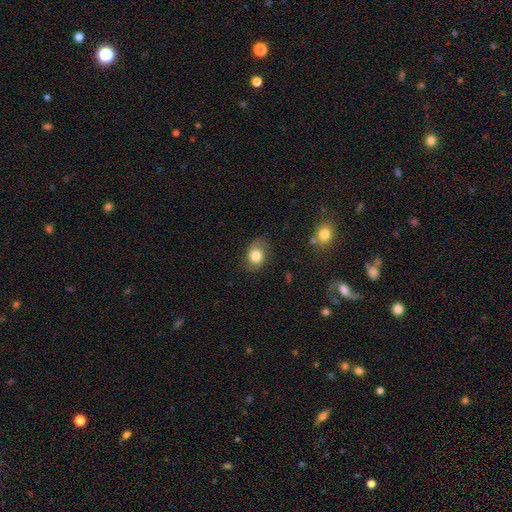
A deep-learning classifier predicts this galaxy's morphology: smooth_or_featured: smooth (p=0.76) [alt: featured or disk p=0.15]
how_rounded: in between (p=0.58) [alt: round p=0.41]
merging: none (p=0.72) [alt: minor disturbance p=0.21]